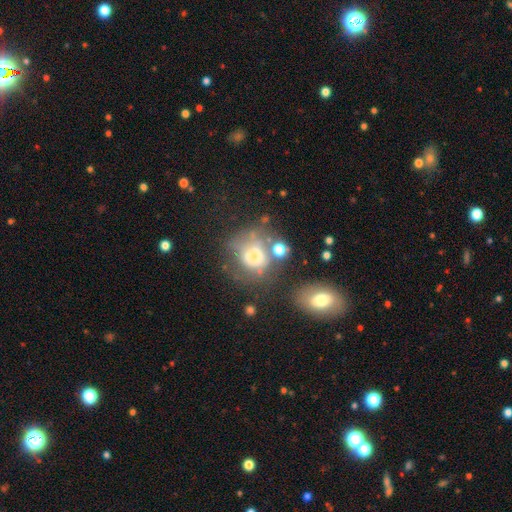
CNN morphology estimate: Smooth or featured? Predicted: smooth (p=0.53). How rounded? Predicted: round (p=0.68). Merging? Predicted: none (p=0.36).